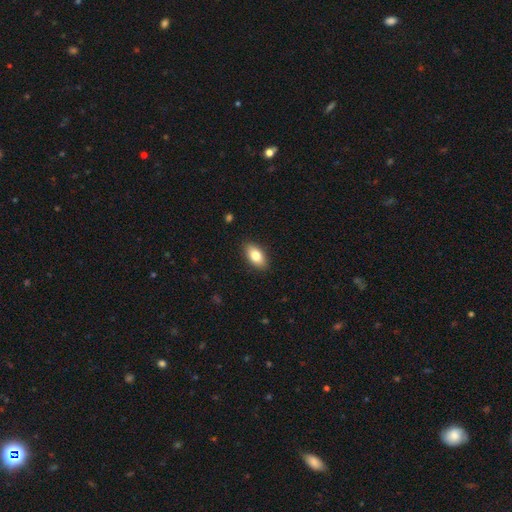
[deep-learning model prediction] Q: Smooth or featured?
A: smooth (81%); runner-up: featured or disk (12%)
Q: How rounded?
A: in between (91%); runner-up: cigar-shaped (4%)
Q: Merging?
A: none (88%); runner-up: minor disturbance (9%)